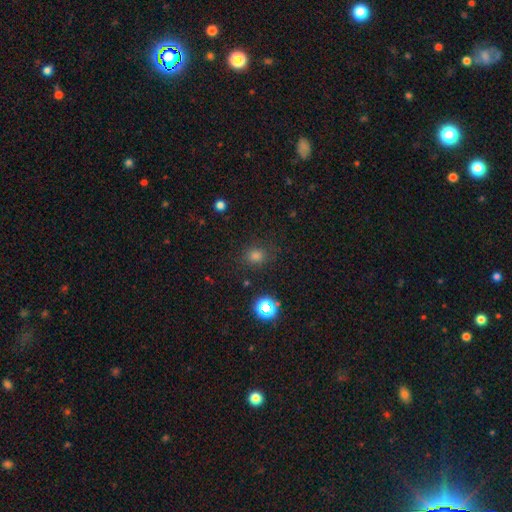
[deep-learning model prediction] Smooth or featured?
  - smooth: 73% *
  - star or artifact: 22%
  - featured or disk: 5%
How rounded?
  - round: 74% *
  - in between: 25%
  - cigar-shaped: 1%
Merging?
  - none: 83% *
  - minor disturbance: 11%
  - major disturbance: 4%
  - merger: 2%